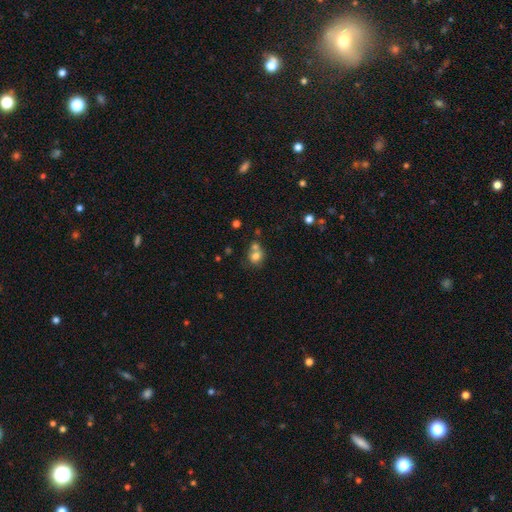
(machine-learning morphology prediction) smooth 74%, featured or disk 13%, star or artifact 12%. Down the decision tree: how rounded — round (74%); merging — merger (44%).